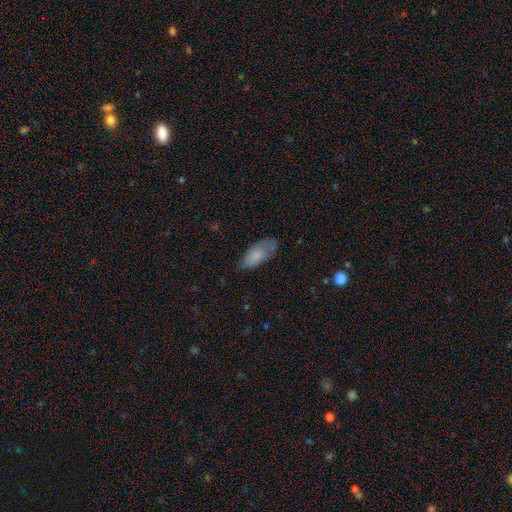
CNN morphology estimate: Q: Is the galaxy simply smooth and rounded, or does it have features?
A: smooth — 76%.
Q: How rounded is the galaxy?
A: in between — 87%.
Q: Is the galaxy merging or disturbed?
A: none — 52%.